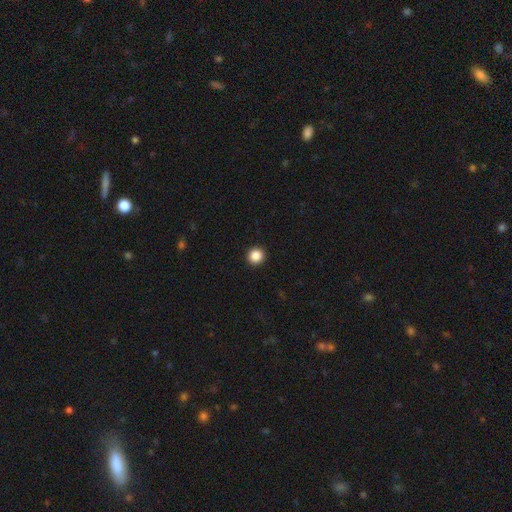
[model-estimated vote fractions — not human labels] smooth 87%, star or artifact 10%, featured or disk 3%. Down the decision tree: how rounded — round (95%); merging — none (94%).